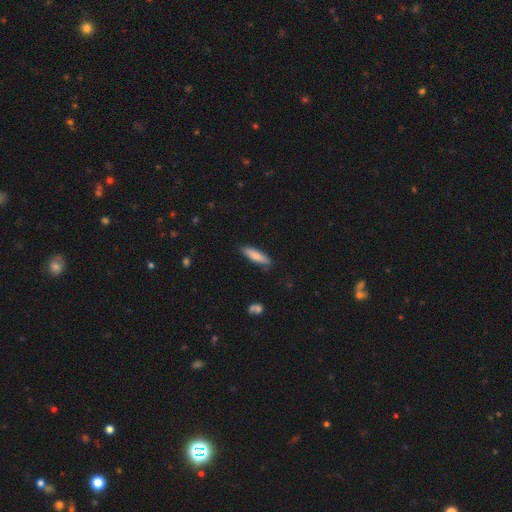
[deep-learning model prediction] This is clearly a smooth galaxy (82%). How rounded: likely cigar-shaped (64%). Merging: clearly none (84%).